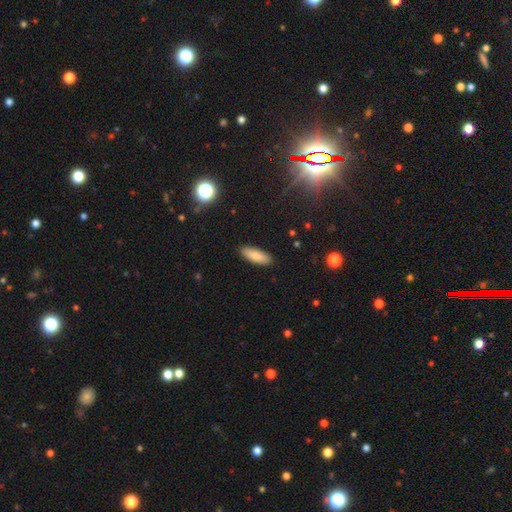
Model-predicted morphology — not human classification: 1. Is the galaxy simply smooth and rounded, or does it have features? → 85% smooth, 9% featured or disk, 7% star or artifact.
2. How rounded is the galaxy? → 60% in between, 38% cigar-shaped, 2% round.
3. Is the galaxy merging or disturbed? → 90% none, 8% minor disturbance, 2% major disturbance, 1% merger.